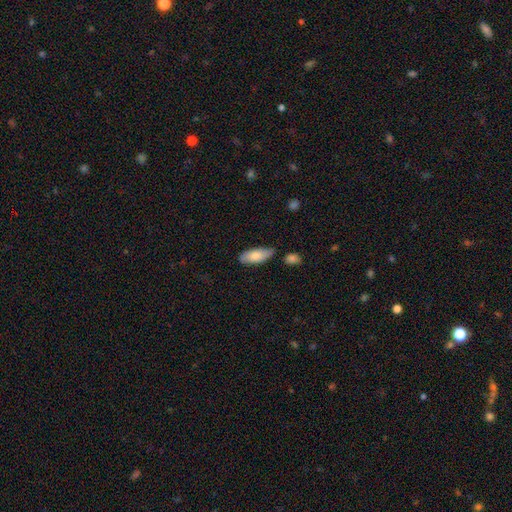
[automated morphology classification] A smooth galaxy with no disk features (80%) that is in between round and cigar-shaped (78%).

Vote fractions:
- Smooth or featured? smooth: 80% / featured or disk: 14% / star or artifact: 6%
- How rounded? in between: 78% / cigar-shaped: 20% / round: 2%
- Merging? none: 71% / minor disturbance: 20% / merger: 5% / major disturbance: 4%